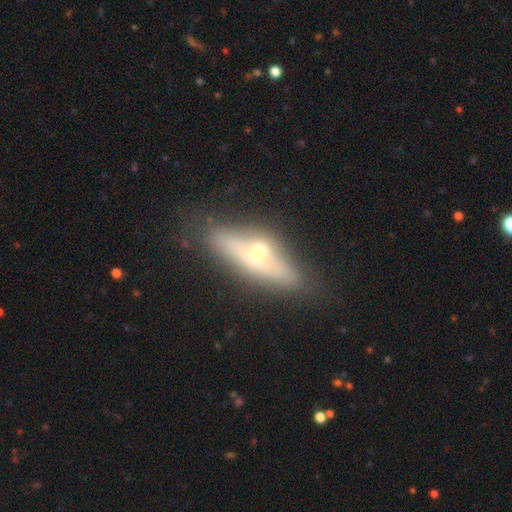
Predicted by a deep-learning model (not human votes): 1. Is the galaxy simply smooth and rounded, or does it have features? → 63% featured or disk, 28% smooth, 8% star or artifact.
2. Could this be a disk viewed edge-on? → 73% yes, 27% no.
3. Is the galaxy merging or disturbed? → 66% none, 19% minor disturbance, 9% major disturbance, 6% merger.